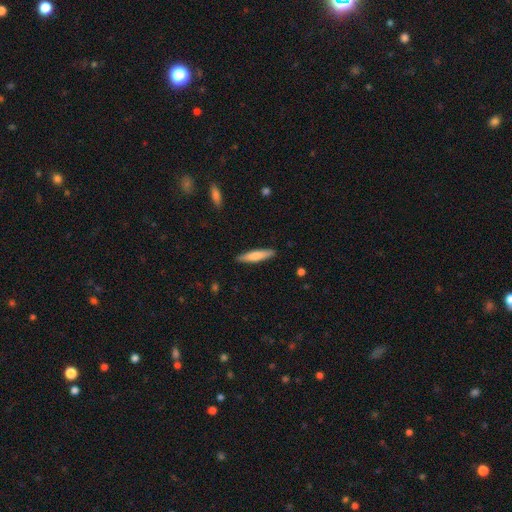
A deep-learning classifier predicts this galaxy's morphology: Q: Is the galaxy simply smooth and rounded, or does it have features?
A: smooth — 72%.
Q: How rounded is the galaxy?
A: cigar-shaped — 83%.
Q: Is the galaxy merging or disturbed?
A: none — 90%.